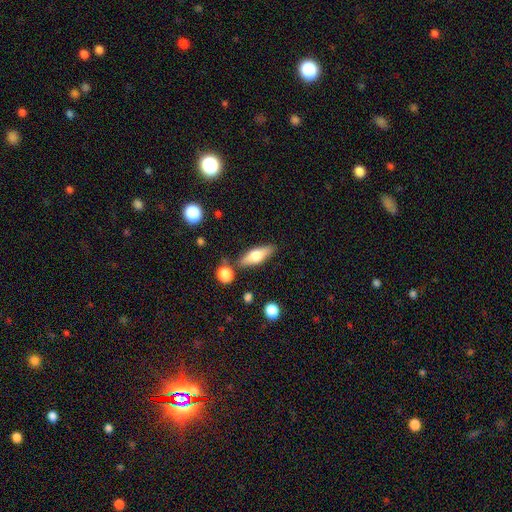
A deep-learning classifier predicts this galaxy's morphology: A smooth galaxy with no disk features (58%) that is in between round and cigar-shaped (54%). Merging: none (78%).